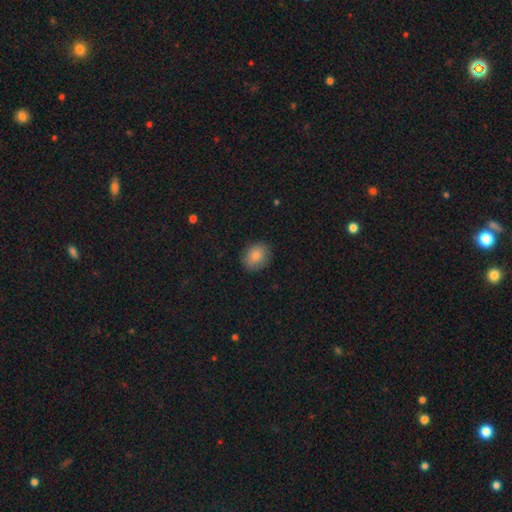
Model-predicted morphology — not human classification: This is clearly a smooth galaxy (84%). How rounded: possibly round (54%). Merging: clearly none (85%).